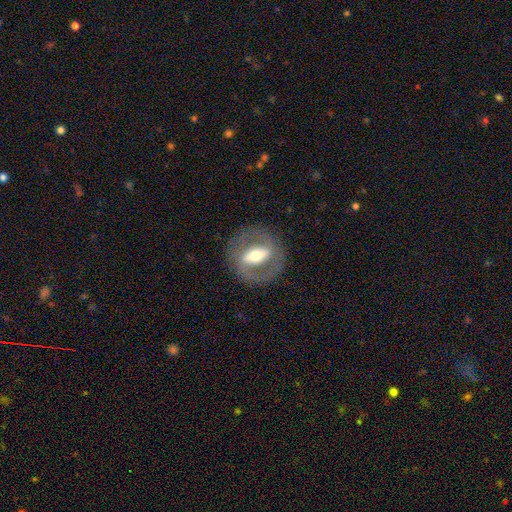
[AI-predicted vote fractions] Q: Smooth or featured?
A: featured or disk (70%); runner-up: smooth (24%)
Q: Edge-on disk?
A: no (87%); runner-up: yes (13%)
Q: Bar?
A: strong (57%); runner-up: weak (25%)
Q: Spiral arms?
A: no (61%); runner-up: yes (39%)
Q: Bulge size?
A: moderate (62%); runner-up: large (17%)
Q: Merging?
A: none (80%); runner-up: minor disturbance (10%)